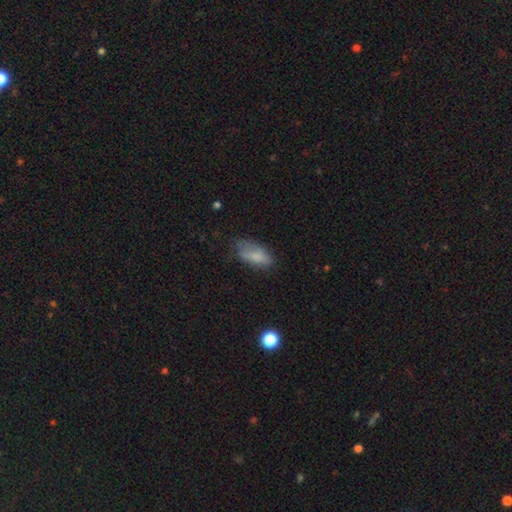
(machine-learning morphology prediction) smooth 78%, featured or disk 14%, star or artifact 8%. Down the decision tree: how rounded — in between (87%); merging — none (50%).